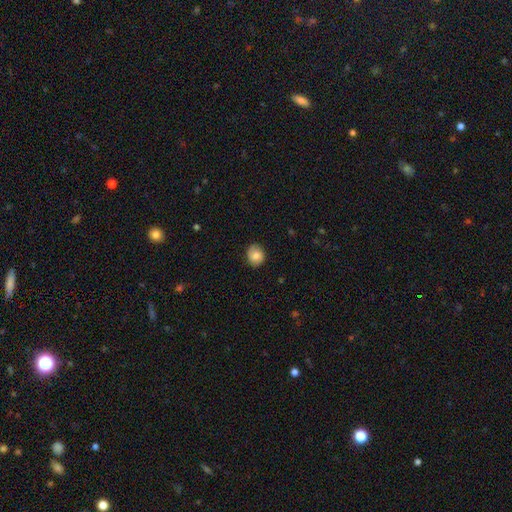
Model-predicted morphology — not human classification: smooth-or-featured: smooth: 71% | featured or disk: 21% | star or artifact: 8%
  how-rounded: round: 68% | in between: 31% | cigar-shaped: 1%
  merging: none: 83% | minor disturbance: 13% | major disturbance: 3% | merger: 1%